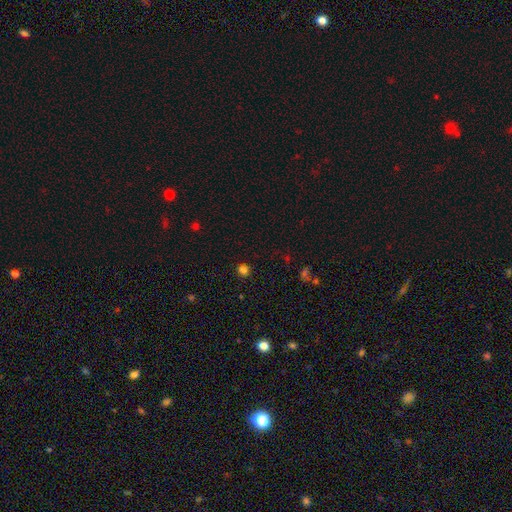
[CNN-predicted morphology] The model was most divided on "smooth or featured": smooth: 70%, star or artifact: 26%, featured or disk: 5%. More confident: how rounded — round (87%); merging — none (86%).